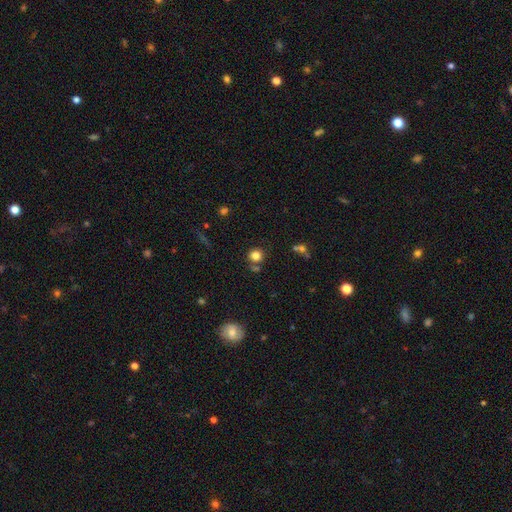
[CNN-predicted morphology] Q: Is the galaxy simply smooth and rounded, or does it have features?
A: smooth — 81%.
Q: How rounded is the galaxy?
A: round — 88%.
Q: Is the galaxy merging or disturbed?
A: none — 74%.